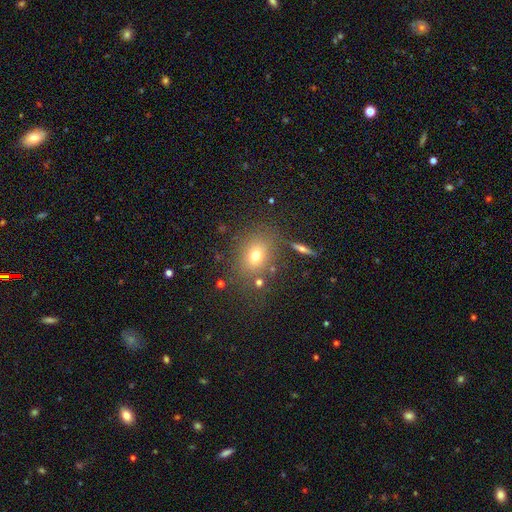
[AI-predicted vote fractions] Smooth or featured?
  - smooth: 70% *
  - star or artifact: 16%
  - featured or disk: 13%
How rounded?
  - in between: 55% *
  - round: 43%
  - cigar-shaped: 2%
Merging?
  - none: 77% *
  - minor disturbance: 12%
  - merger: 6%
  - major disturbance: 5%